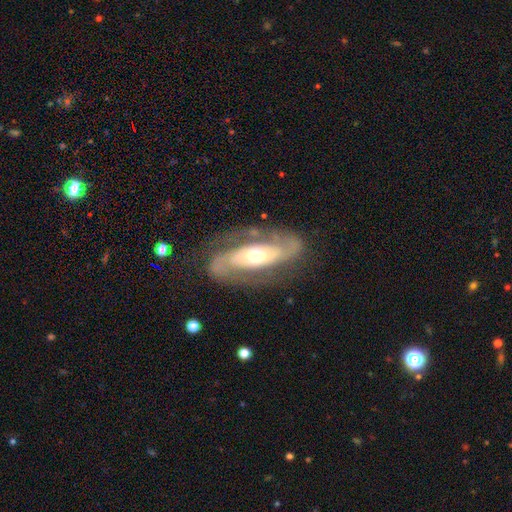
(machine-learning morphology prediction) A featured or disk galaxy (84%) with no bar (59%), 2 (87%) medium (45%) spiral arms (90%) and a moderate central bulge (69%). Merging: none (72%).